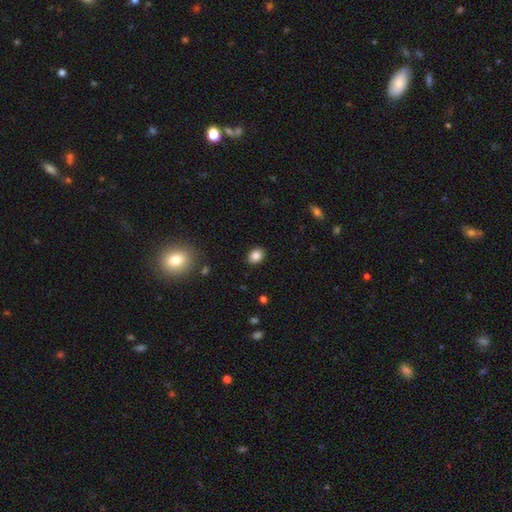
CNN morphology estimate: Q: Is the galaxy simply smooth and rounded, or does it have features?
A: smooth — 85%.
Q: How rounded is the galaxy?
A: in between — 59%.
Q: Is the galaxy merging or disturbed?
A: none — 89%.